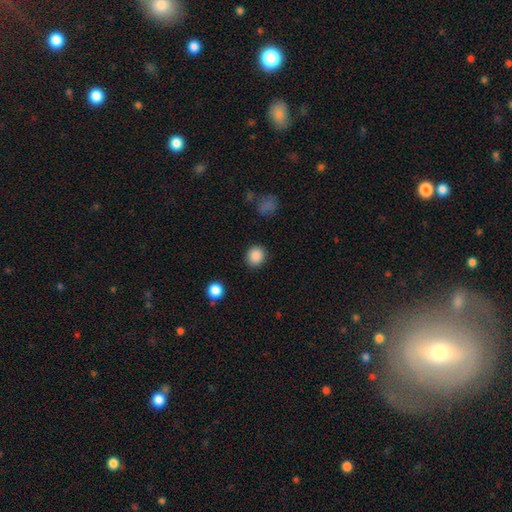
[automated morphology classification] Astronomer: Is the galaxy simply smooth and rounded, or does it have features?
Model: smooth — 88%.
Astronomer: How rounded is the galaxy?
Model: round — 85%.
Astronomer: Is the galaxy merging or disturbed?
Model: none — 89%.